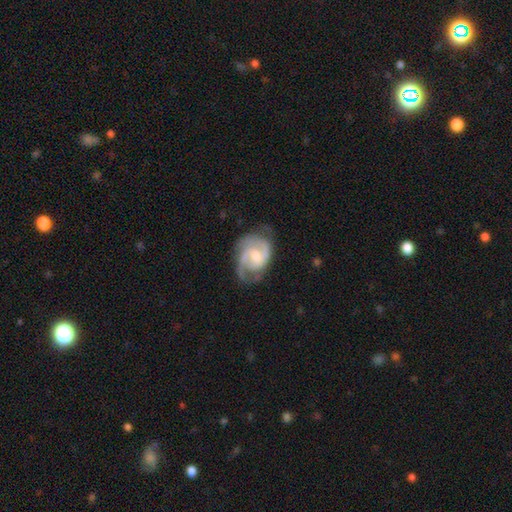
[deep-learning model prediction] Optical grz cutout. It shows a featured or disk galaxy (83%) with no bar (49%), 2 (62%) medium (47%) spiral arms (95%) and a moderate central bulge (52%). Merging: none (61%).